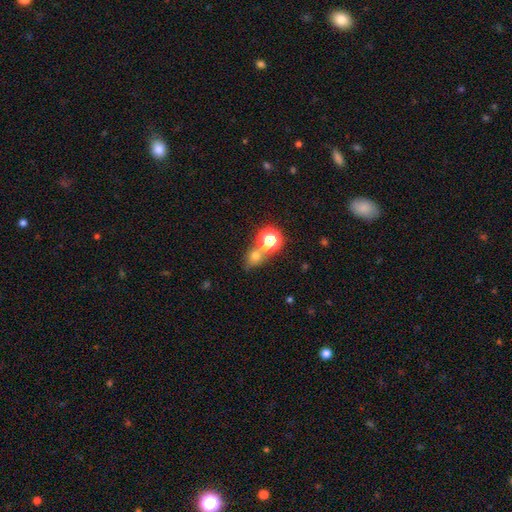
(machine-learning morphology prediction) Q: Smooth or featured?
A: smooth (64%); runner-up: star or artifact (25%)
Q: How rounded?
A: round (71%); runner-up: in between (27%)
Q: Merging?
A: none (58%); runner-up: merger (25%)